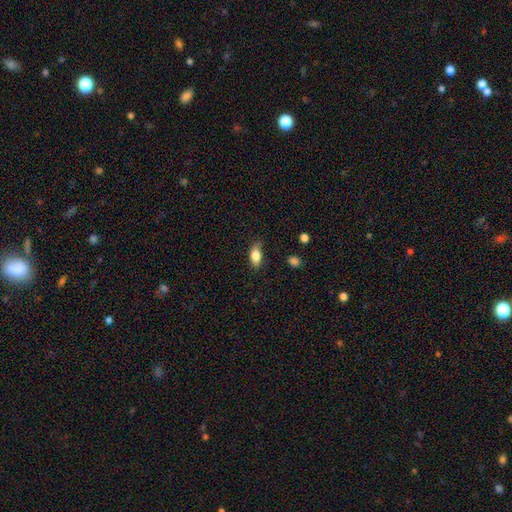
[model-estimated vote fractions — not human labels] This is clearly a smooth galaxy (80%). How rounded: clearly in between (86%). Merging: likely none (72%).